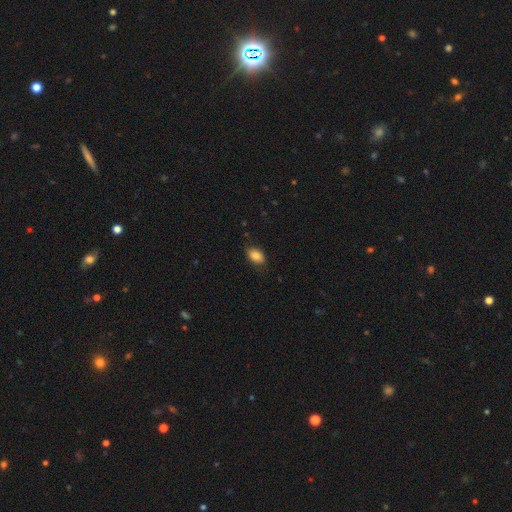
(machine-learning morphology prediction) smooth-or-featured: smooth: 83% | featured or disk: 9% | star or artifact: 8%
  how-rounded: in between: 88% | round: 11% | cigar-shaped: 1%
  merging: none: 79% | minor disturbance: 17% | major disturbance: 3% | merger: 1%